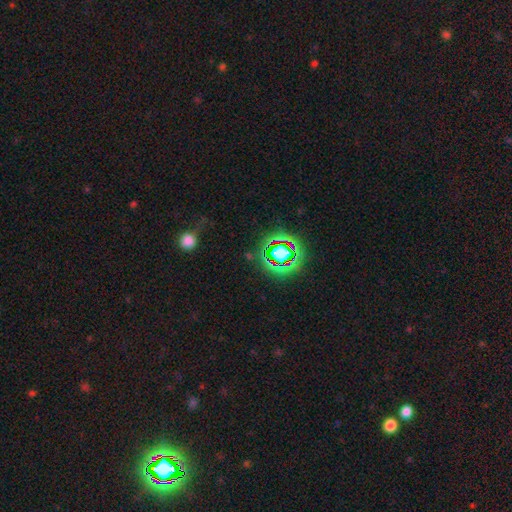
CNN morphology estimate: smooth-or-featured: star or artifact: 72% | smooth: 17% | featured or disk: 11%